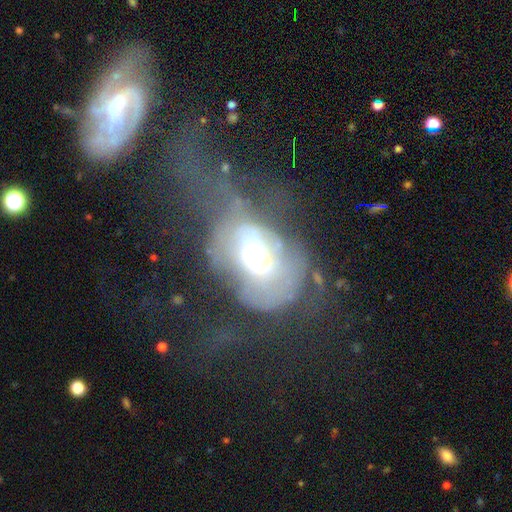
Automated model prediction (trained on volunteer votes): Morphology: type=featured or disk (51%); edge-on=no (96%); merging=major disturbance (62%).